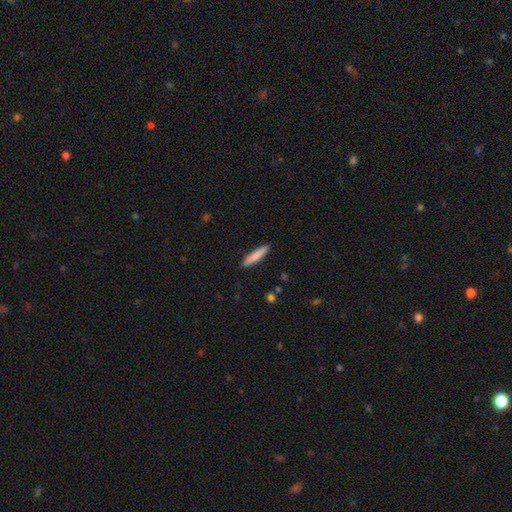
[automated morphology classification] The model was most divided on "smooth or featured": smooth: 80%, featured or disk: 14%, star or artifact: 6%. More confident: merging — none (89%); how rounded — cigar-shaped (88%).